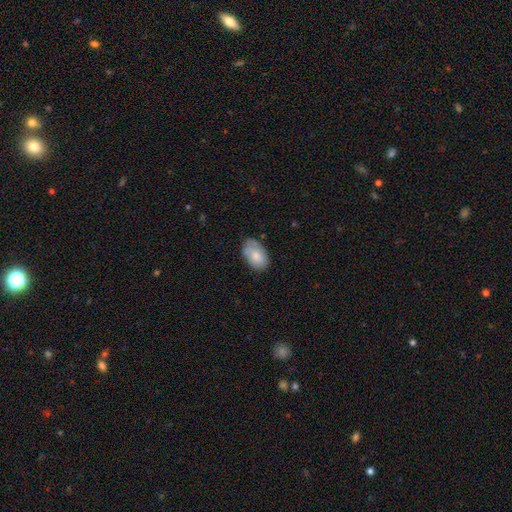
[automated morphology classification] Smooth or featured? smooth (74%)
How rounded? in between (92%)
Merging? none (67%)